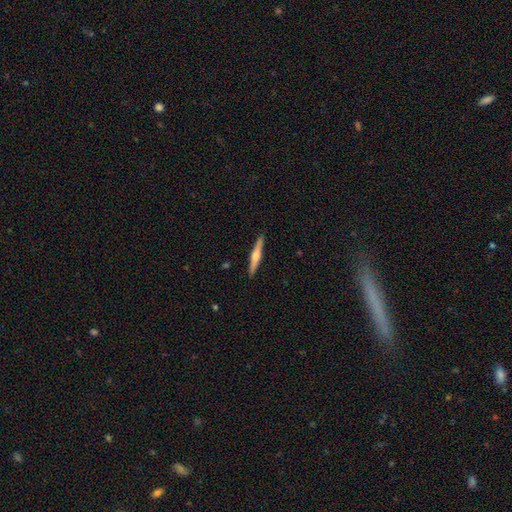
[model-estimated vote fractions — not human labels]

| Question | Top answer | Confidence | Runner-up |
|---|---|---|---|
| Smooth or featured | featured or disk | 54% | smooth (41%) |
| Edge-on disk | yes | 97% | no (3%) |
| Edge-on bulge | rounded | 78% | none (12%) |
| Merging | none | 91% | minor disturbance (6%) |